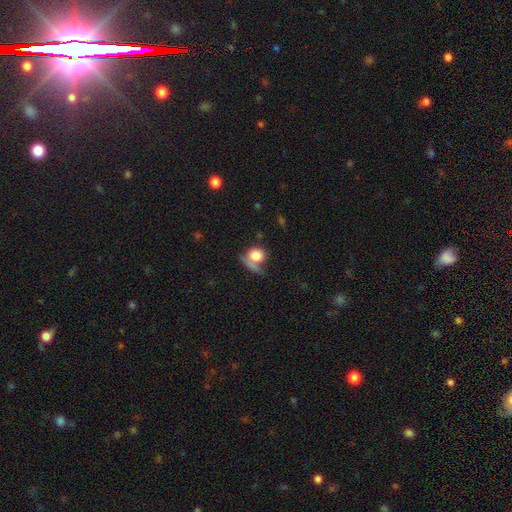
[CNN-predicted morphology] Smooth or featured? Predicted: smooth (p=0.77). How rounded? Predicted: round (p=0.70). Merging? Predicted: none (p=0.41).